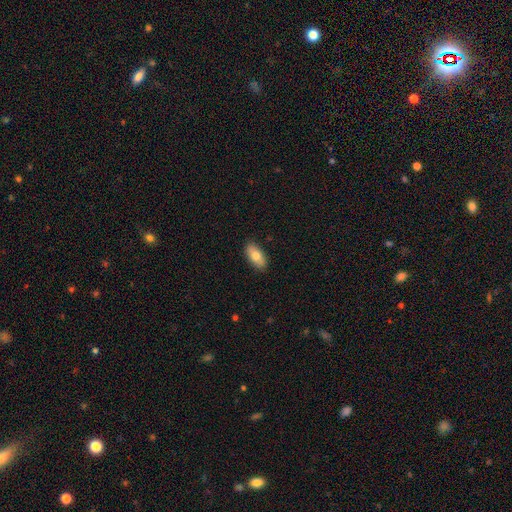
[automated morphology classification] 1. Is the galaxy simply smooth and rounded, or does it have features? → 76% smooth, 17% featured or disk, 6% star or artifact.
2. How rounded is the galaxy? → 90% in between, 7% cigar-shaped, 3% round.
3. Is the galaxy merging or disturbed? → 89% none, 9% minor disturbance, 2% major disturbance, 1% merger.